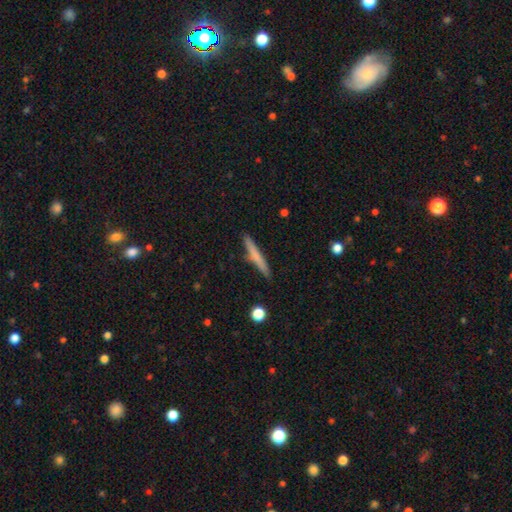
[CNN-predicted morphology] Q: Smooth or featured?
A: smooth (62%); runner-up: featured or disk (32%)
Q: How rounded?
A: cigar-shaped (95%); runner-up: in between (3%)
Q: Merging?
A: none (88%); runner-up: minor disturbance (8%)